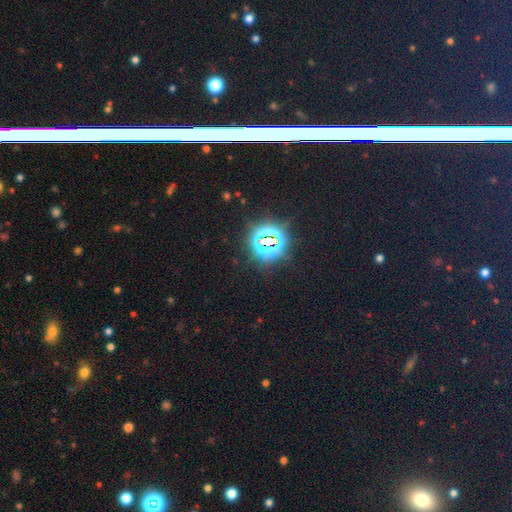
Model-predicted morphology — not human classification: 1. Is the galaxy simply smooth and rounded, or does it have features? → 71% star or artifact, 20% smooth, 9% featured or disk.